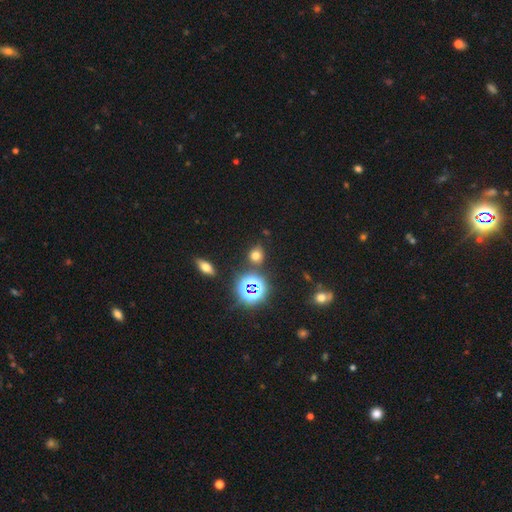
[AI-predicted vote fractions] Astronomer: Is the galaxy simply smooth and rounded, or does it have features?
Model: smooth — 63%.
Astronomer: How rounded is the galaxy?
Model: round — 77%.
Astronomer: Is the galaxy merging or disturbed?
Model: none — 82%.